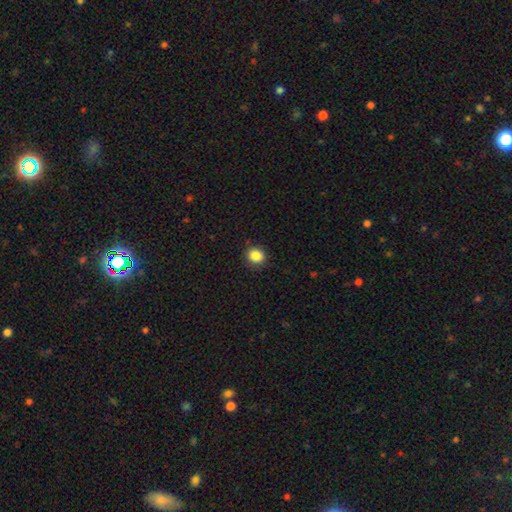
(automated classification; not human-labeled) A smooth galaxy with no disk features (86%) that is round (83%).

Vote fractions:
- Smooth or featured? smooth: 86% / star or artifact: 10% / featured or disk: 4%
- How rounded? round: 83% / in between: 16% / cigar-shaped: 1%
- Merging? none: 89% / minor disturbance: 8% / major disturbance: 2% / merger: 1%